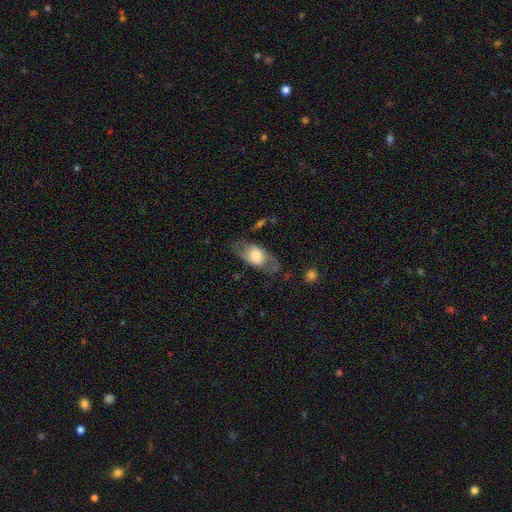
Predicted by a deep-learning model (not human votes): Smooth or featured?
  - featured or disk: 51% *
  - smooth: 43%
  - star or artifact: 6%
Edge-on disk?
  - no: 85% *
  - yes: 15%
Merging?
  - none: 68% *
  - minor disturbance: 18%
  - major disturbance: 12%
  - merger: 2%